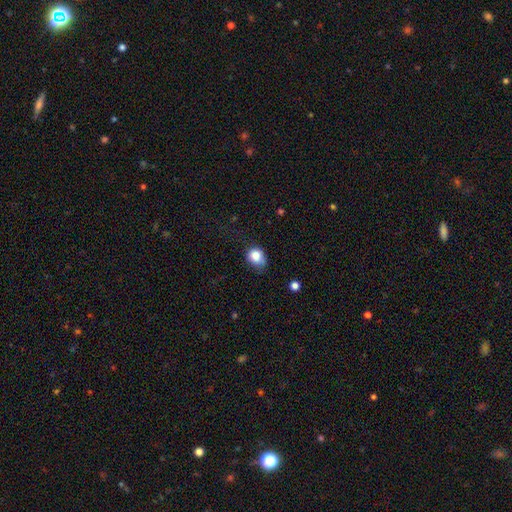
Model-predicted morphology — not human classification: This is clearly a smooth galaxy (82%). How rounded: likely round (60%). Merging: possibly none (48%).